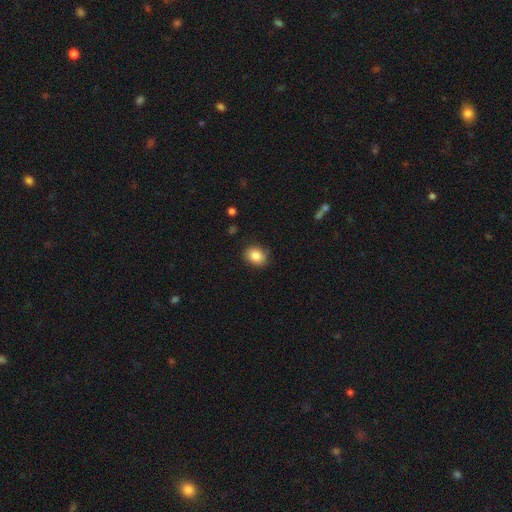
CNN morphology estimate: A smooth galaxy with no disk features (86%) that is in between round and cigar-shaped (57%).

Vote fractions:
- Smooth or featured? smooth: 86% / star or artifact: 9% / featured or disk: 5%
- How rounded? in between: 57% / round: 42% / cigar-shaped: 1%
- Merging? none: 85% / minor disturbance: 11% / major disturbance: 2% / merger: 1%